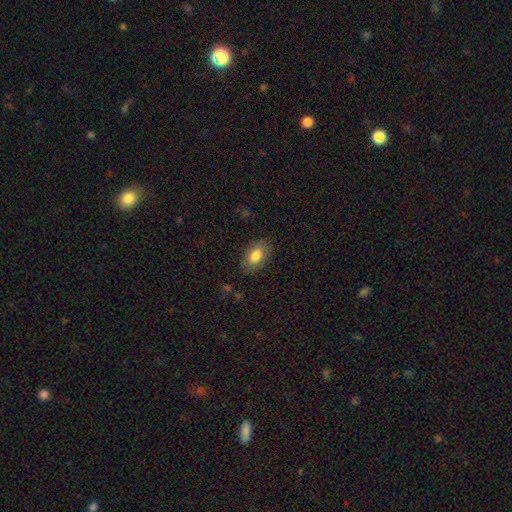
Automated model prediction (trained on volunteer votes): Q: Smooth or featured?
A: smooth (81%); runner-up: featured or disk (12%)
Q: How rounded?
A: in between (90%); runner-up: round (8%)
Q: Merging?
A: none (85%); runner-up: minor disturbance (11%)